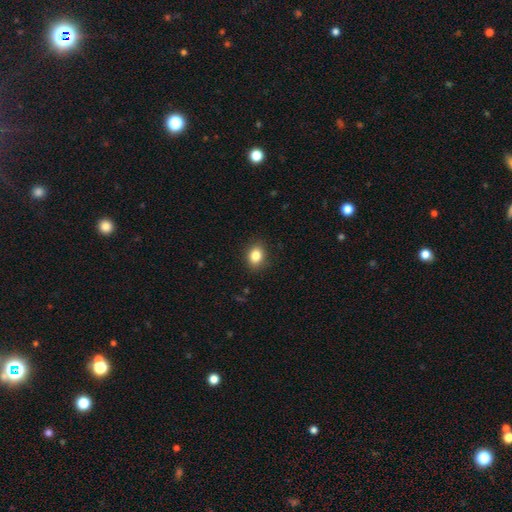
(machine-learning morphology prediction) Q: Smooth or featured?
A: smooth (85%); runner-up: star or artifact (10%)
Q: How rounded?
A: in between (60%); runner-up: round (39%)
Q: Merging?
A: none (87%); runner-up: minor disturbance (10%)